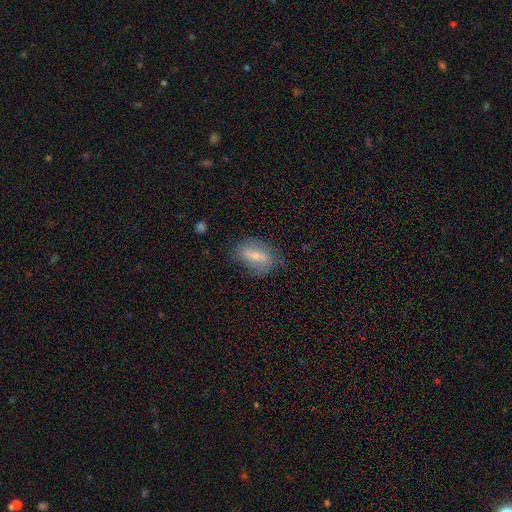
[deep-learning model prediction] smooth 53%, featured or disk 39%, star or artifact 9%. Down the decision tree: how rounded — in between (77%); merging — none (67%).